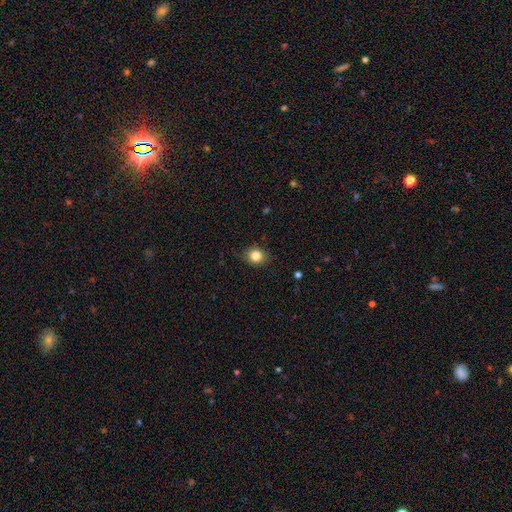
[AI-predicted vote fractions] smooth_or_featured: smooth (p=0.83) [alt: star or artifact p=0.11]
how_rounded: round (p=0.71) [alt: in between p=0.28]
merging: none (p=0.82) [alt: minor disturbance p=0.14]